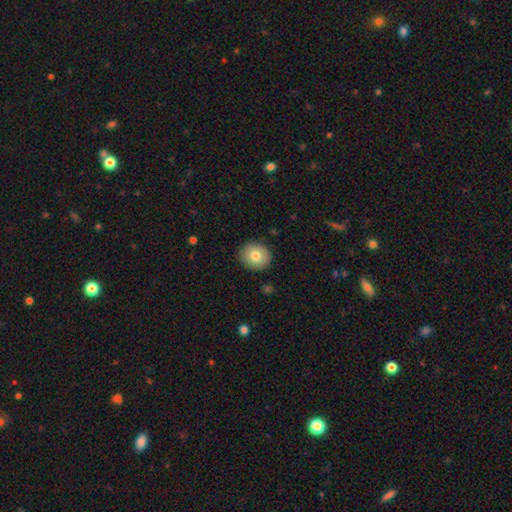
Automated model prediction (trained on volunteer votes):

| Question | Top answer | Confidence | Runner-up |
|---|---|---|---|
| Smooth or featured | smooth | 80% | featured or disk (12%) |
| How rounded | round | 77% | in between (22%) |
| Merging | none | 89% | minor disturbance (8%) |